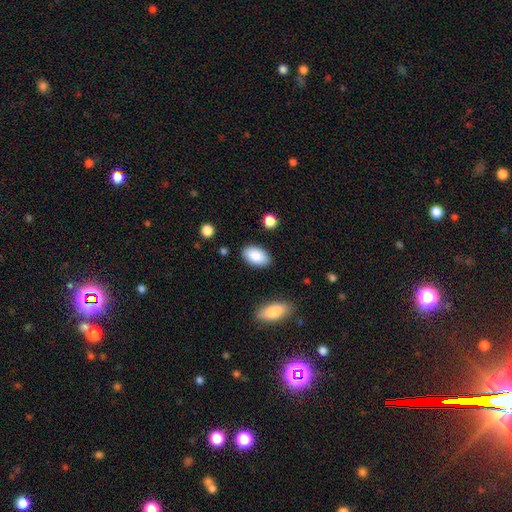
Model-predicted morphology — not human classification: The model was most divided on "merging": none: 85%, minor disturbance: 10%, major disturbance: 2%, merger: 2%. More confident: how rounded — in between (94%); smooth or featured — smooth (87%).